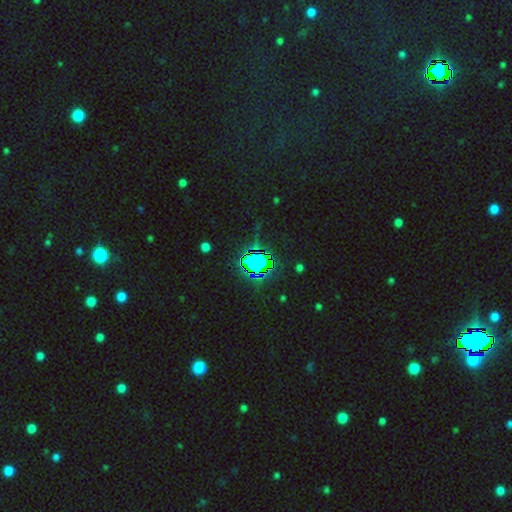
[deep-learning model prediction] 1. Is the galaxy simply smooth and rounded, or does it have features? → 74% star or artifact, 16% smooth, 10% featured or disk.